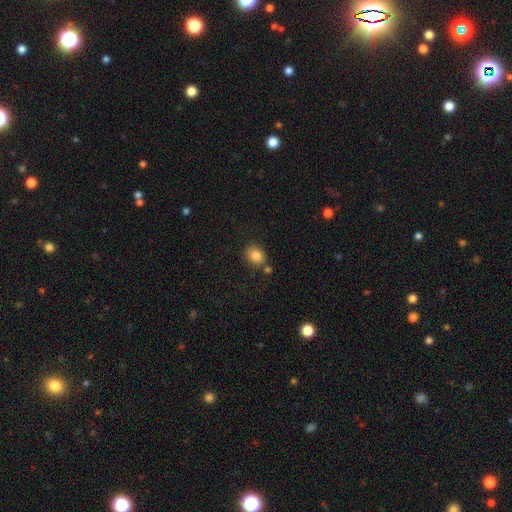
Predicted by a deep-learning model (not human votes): Smooth or featured? Predicted: smooth (p=0.83). How rounded? Predicted: round (p=0.58). Merging? Predicted: none (p=0.72).